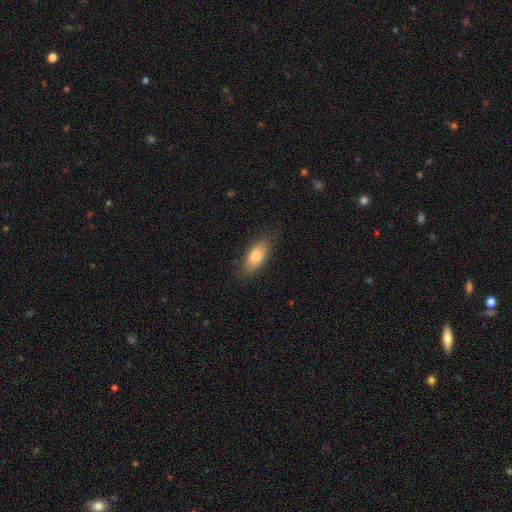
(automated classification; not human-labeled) Smooth or featured: smooth — 79% (featured or disk — 15%)
How rounded: in between — 81% (cigar-shaped — 16%)
Merging: none — 81% (minor disturbance — 15%)